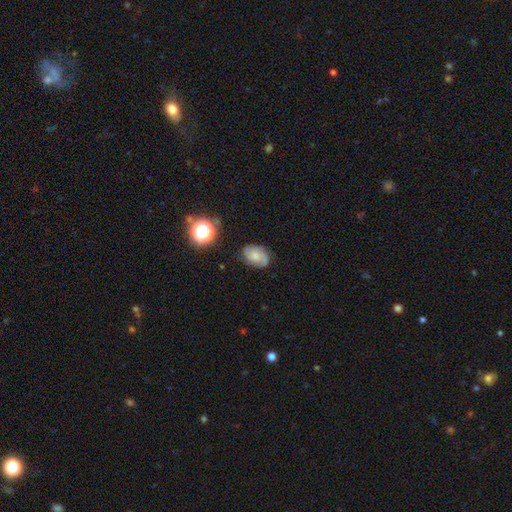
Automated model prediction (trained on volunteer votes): A featured or disk galaxy (47%).

Vote fractions:
- Smooth or featured? featured or disk: 47% / smooth: 42% / star or artifact: 12%
- Merging? none: 71% / minor disturbance: 21% / major disturbance: 7% / merger: 2%